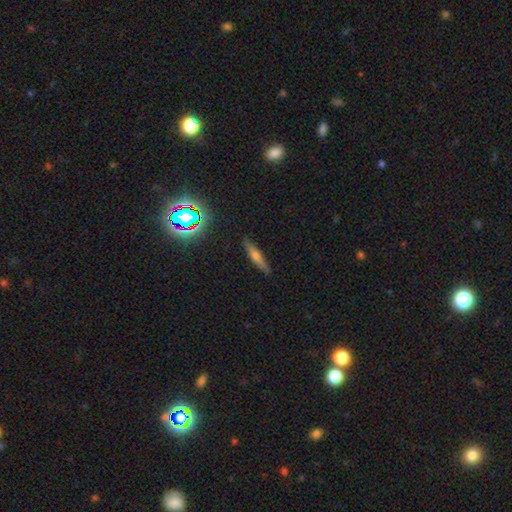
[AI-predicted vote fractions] Smooth or featured: smooth — 46% (featured or disk — 41%)
Merging: none — 88% (minor disturbance — 9%)